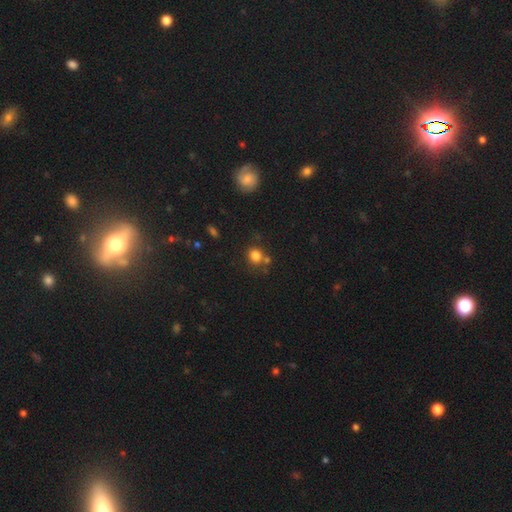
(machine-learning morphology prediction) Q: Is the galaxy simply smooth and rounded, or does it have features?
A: smooth — 80%.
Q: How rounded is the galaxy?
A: round — 81%.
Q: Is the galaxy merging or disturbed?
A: none — 65%.